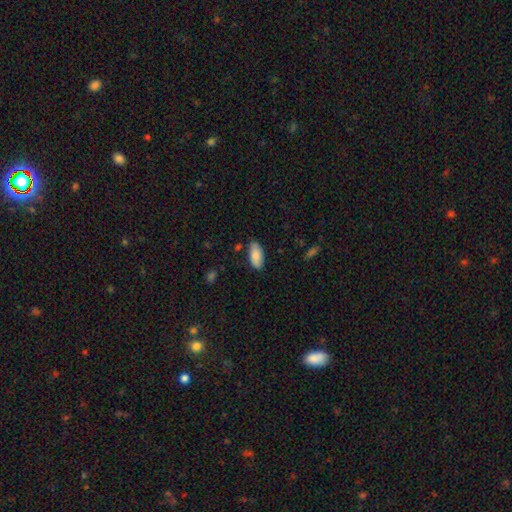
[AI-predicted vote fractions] A smooth galaxy with no disk features (87%) that is in between round and cigar-shaped (92%). Merging: none (81%).